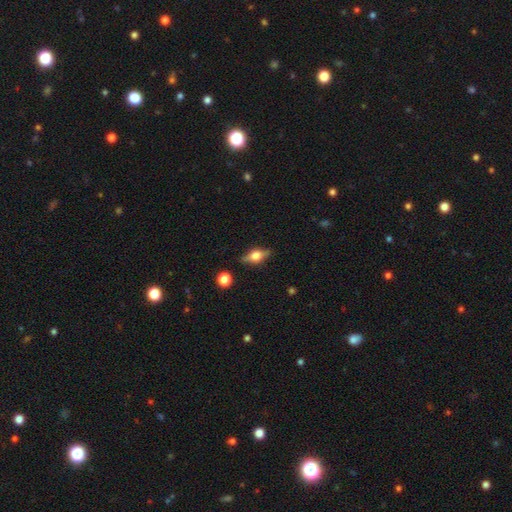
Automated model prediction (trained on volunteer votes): Smooth or featured: featured or disk — 57% (smooth — 34%)
Edge-on disk: yes — 93% (no — 7%)
Edge-on bulge: rounded — 93% (boxy — 6%)
Merging: none — 84% (minor disturbance — 11%)